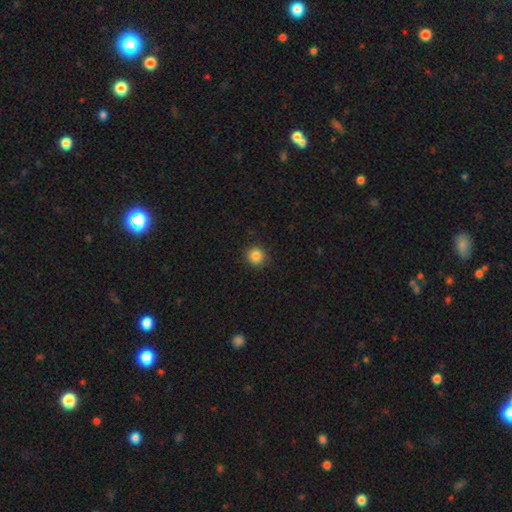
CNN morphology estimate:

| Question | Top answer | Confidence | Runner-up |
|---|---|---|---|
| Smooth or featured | smooth | 85% | star or artifact (11%) |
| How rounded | round | 92% | in between (7%) |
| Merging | none | 89% | minor disturbance (7%) |